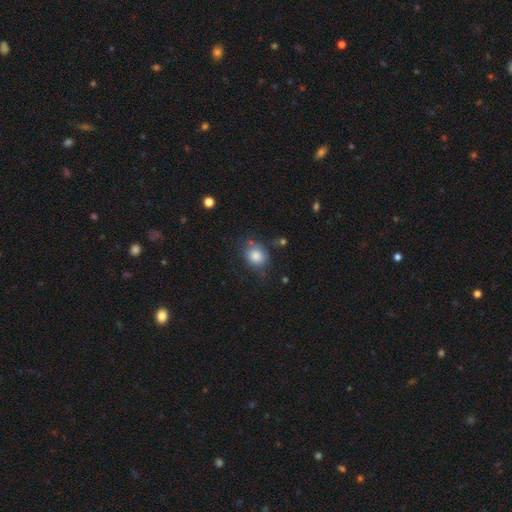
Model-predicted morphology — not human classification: Smooth or featured? smooth (82%)
How rounded? round (69%)
Merging? none (61%)